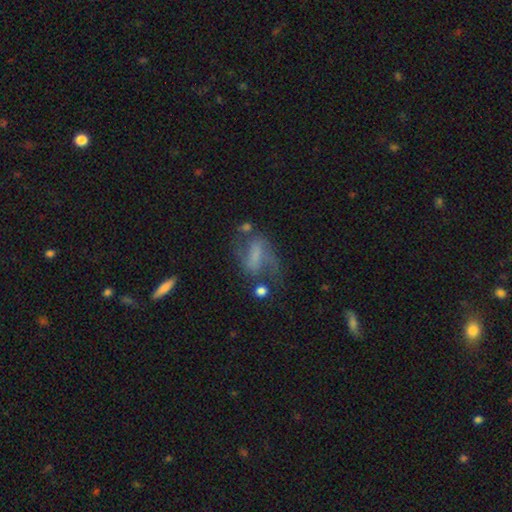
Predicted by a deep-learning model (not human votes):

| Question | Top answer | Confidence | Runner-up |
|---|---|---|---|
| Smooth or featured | featured or disk | 63% | smooth (25%) |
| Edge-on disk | no | 95% | yes (5%) |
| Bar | weak | 38% | strong (37%) |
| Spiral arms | yes | 81% | no (19%) |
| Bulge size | none | 54% | small (21%) |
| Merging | none | 44% | major disturbance (25%) |